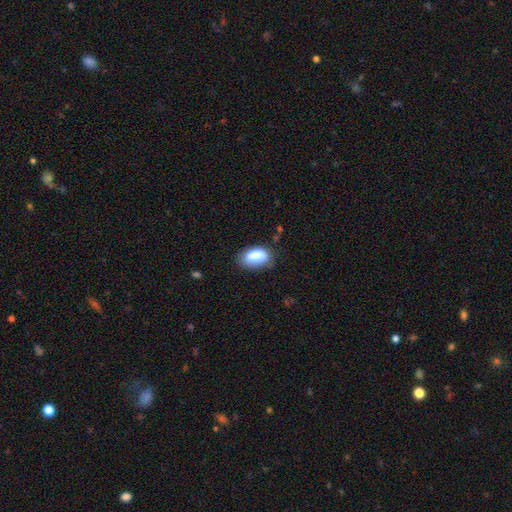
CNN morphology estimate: A smooth galaxy with no disk features (85%) that is in between round and cigar-shaped (93%).

Vote fractions:
- Smooth or featured? smooth: 85% / featured or disk: 8% / star or artifact: 7%
- How rounded? in between: 93% / round: 5% / cigar-shaped: 2%
- Merging? none: 69% / minor disturbance: 24% / major disturbance: 5% / merger: 2%